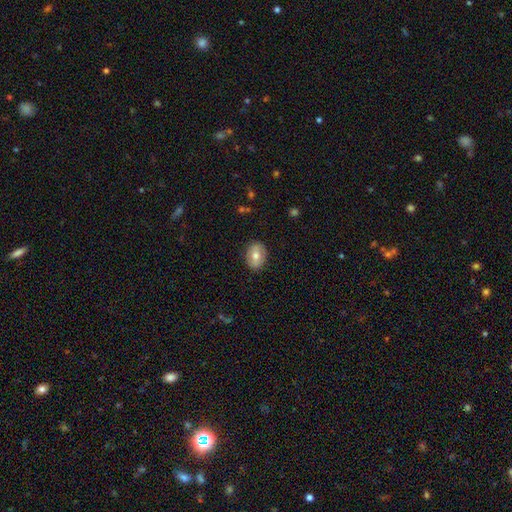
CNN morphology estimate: Overall: smooth (67%). How rounded: in between (70%). Merging: none (87%).